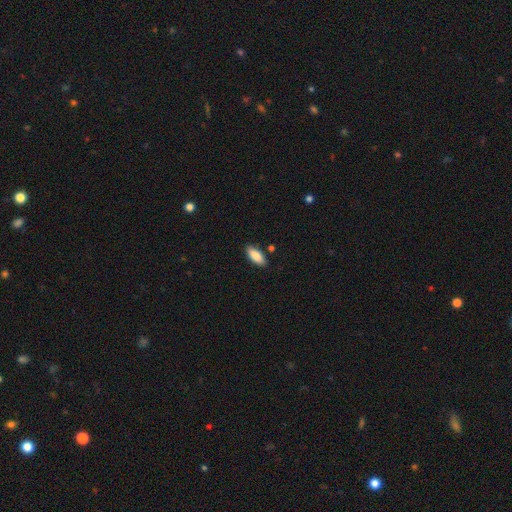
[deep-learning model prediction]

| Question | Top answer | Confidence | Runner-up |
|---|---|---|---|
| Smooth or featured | smooth | 87% | featured or disk (7%) |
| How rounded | in between | 84% | cigar-shaped (14%) |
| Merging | none | 87% | minor disturbance (10%) |